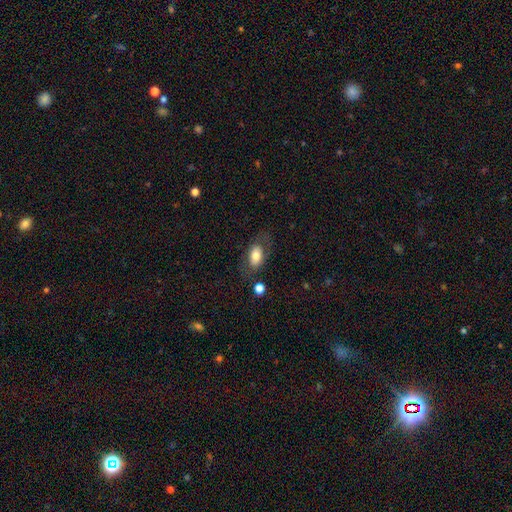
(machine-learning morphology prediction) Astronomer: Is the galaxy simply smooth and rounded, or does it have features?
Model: smooth — 72%.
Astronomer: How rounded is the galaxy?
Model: in between — 89%.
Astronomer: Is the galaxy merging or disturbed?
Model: none — 68%.